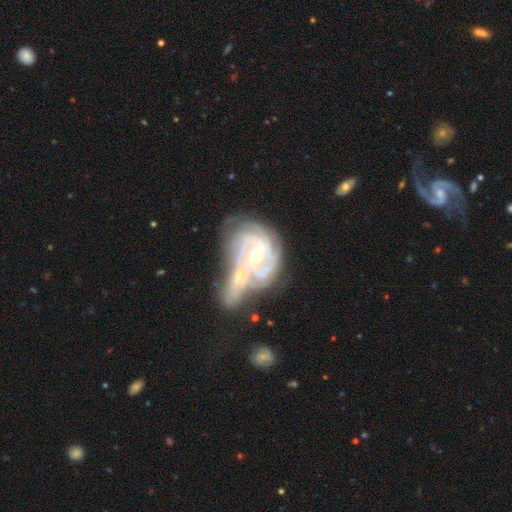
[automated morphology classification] type=featured or disk (87%); edge-on=no (97%); bar=no (49%); spiral arms=yes (94%); winding=tight (61%); arm count=can't tell (31%); bulge=small (50%); merging=merger (55%).